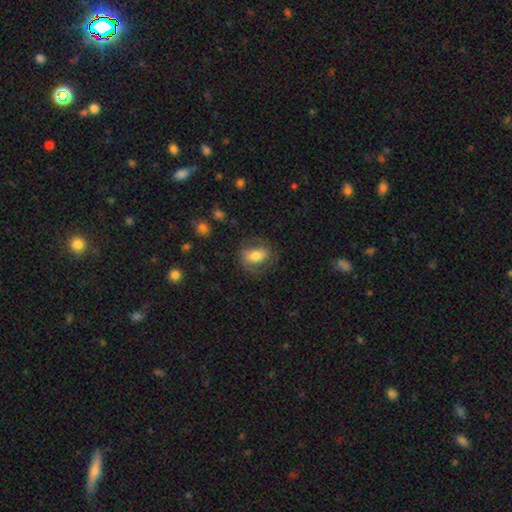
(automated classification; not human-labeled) Smooth or featured?
  - smooth: 62% *
  - featured or disk: 31%
  - star or artifact: 8%
How rounded?
  - in between: 75% *
  - round: 21%
  - cigar-shaped: 4%
Merging?
  - none: 71% *
  - minor disturbance: 18%
  - major disturbance: 10%
  - merger: 1%